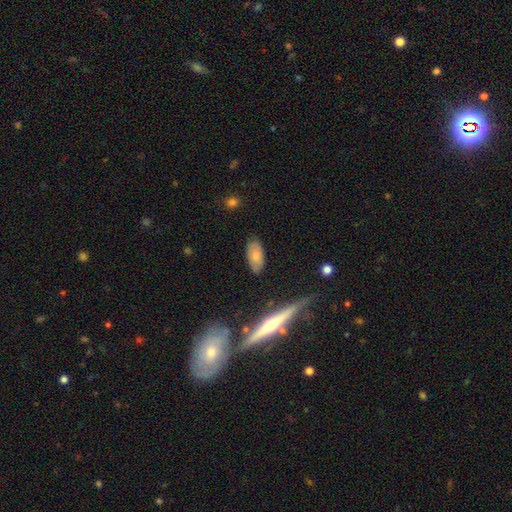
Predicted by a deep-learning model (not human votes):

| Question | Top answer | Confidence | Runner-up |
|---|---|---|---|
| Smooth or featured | smooth | 70% | featured or disk (22%) |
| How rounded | in between | 92% | cigar-shaped (6%) |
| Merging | none | 80% | minor disturbance (15%) |